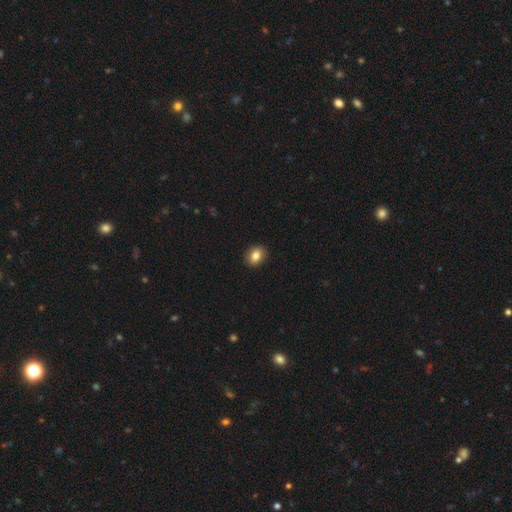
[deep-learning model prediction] Smooth or featured?
  - smooth: 84% *
  - star or artifact: 9%
  - featured or disk: 8%
How rounded?
  - in between: 61% *
  - round: 38%
  - cigar-shaped: 1%
Merging?
  - none: 90% *
  - minor disturbance: 7%
  - major disturbance: 2%
  - merger: 1%